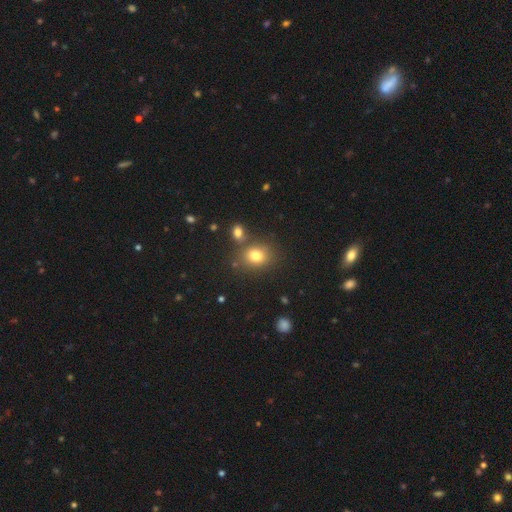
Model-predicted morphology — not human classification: Overall: smooth (77%). How rounded: round (56%; in between 43%). Merging: none (70%).